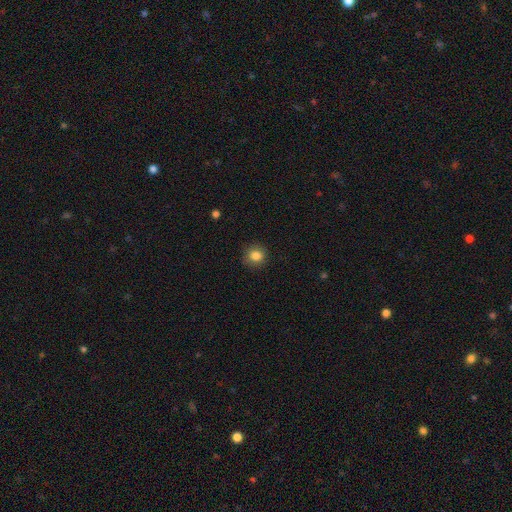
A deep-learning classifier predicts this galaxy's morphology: smooth_or_featured: smooth (p=0.85) [alt: star or artifact p=0.10]
how_rounded: round (p=0.84) [alt: in between p=0.15]
merging: none (p=0.87) [alt: minor disturbance p=0.09]